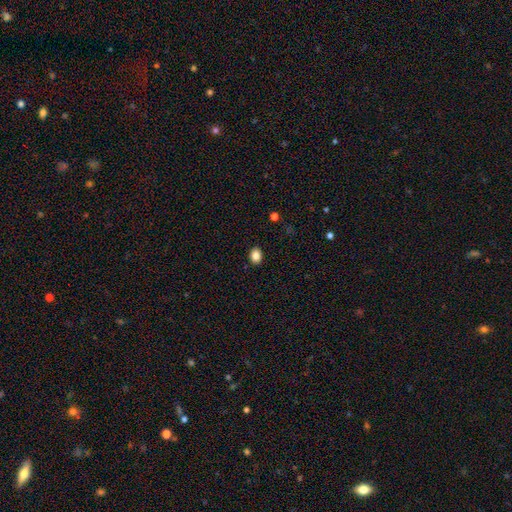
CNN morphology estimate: Overall: smooth (86%). How rounded: in between (64%; round 35%). Merging: none (90%).